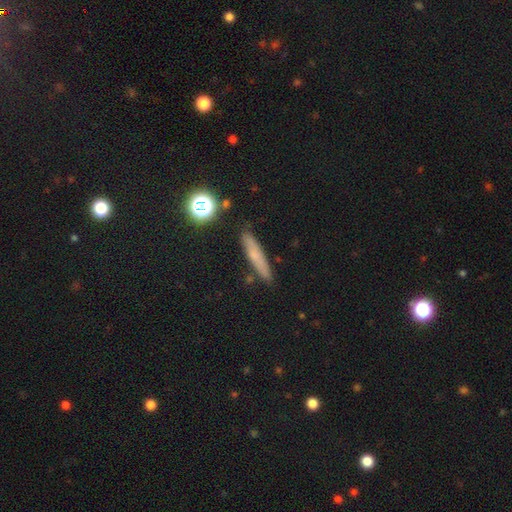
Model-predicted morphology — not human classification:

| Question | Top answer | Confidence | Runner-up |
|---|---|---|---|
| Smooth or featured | smooth | 61% | featured or disk (26%) |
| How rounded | cigar-shaped | 87% | in between (9%) |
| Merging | none | 84% | minor disturbance (11%) |